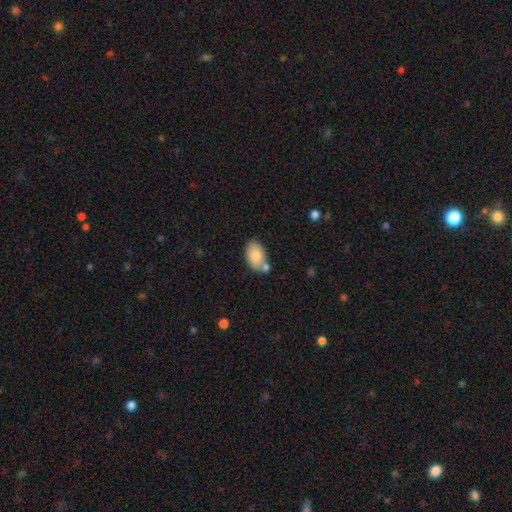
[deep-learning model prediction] Smooth or featured: smooth — 80% (featured or disk — 13%)
How rounded: in between — 92% (round — 7%)
Merging: none — 62% (merger — 18%)